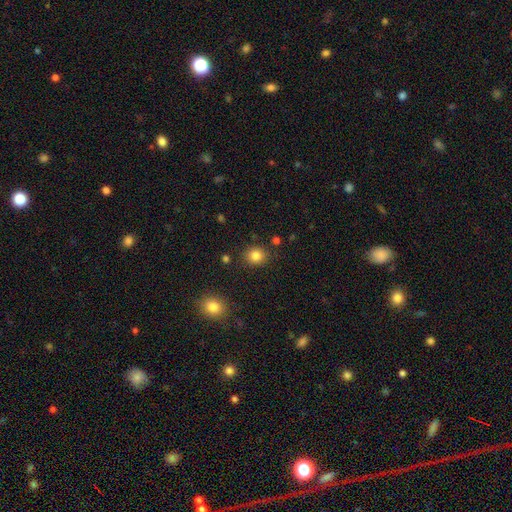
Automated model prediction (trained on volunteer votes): The model was most divided on "how rounded": round: 79%, in between: 20%, cigar-shaped: 1%. More confident: merging — none (85%); smooth or featured — smooth (83%).